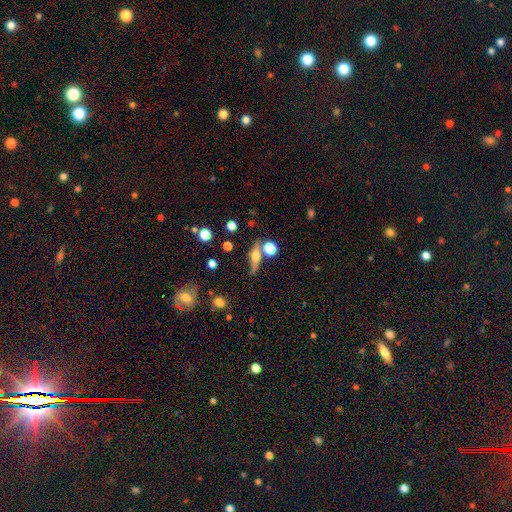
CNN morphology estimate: Q: Smooth or featured?
A: featured or disk (53%); runner-up: smooth (36%)
Q: Edge-on disk?
A: yes (87%); runner-up: no (13%)
Q: Merging?
A: none (67%); runner-up: minor disturbance (15%)